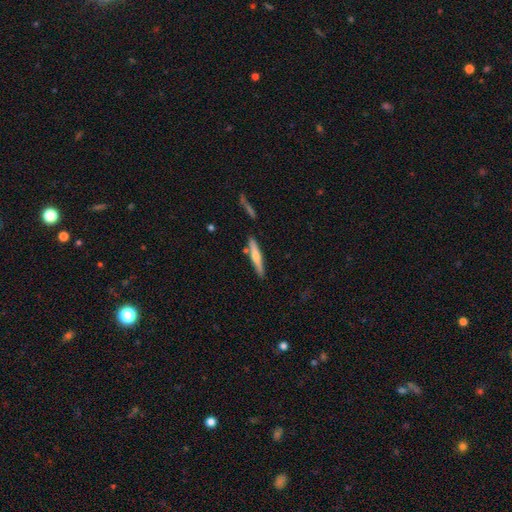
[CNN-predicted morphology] Smooth or featured? Predicted: smooth (p=0.51). How rounded? Predicted: cigar-shaped (p=0.91). Merging? Predicted: none (p=0.82).